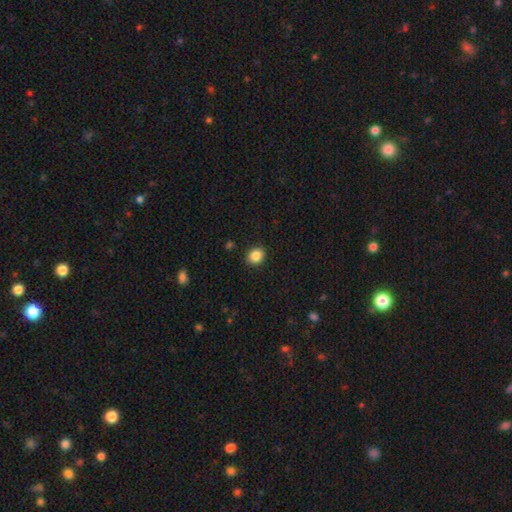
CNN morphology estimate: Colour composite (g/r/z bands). It shows a smooth galaxy with no disk features (87%) that is round (76%). Merging: none (90%).